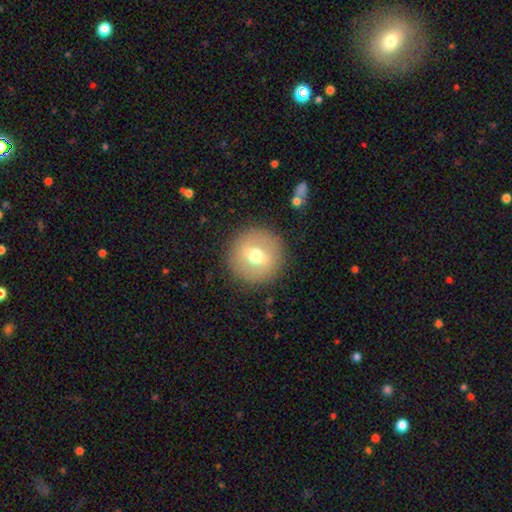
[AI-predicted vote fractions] Smooth or featured? Predicted: smooth (p=0.49). Merging? Predicted: none (p=0.89).